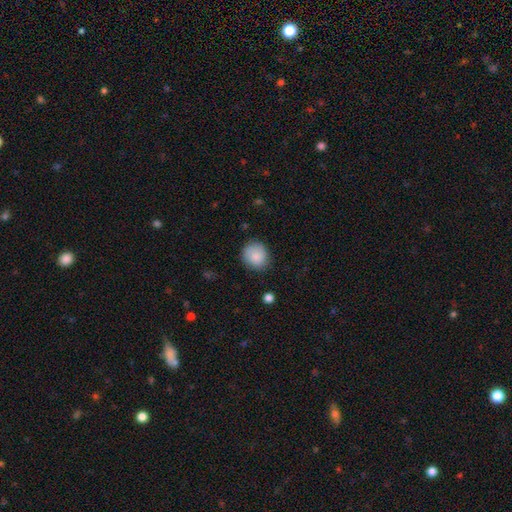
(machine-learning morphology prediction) smooth_or_featured: smooth (p=0.86) [alt: featured or disk p=0.07]
how_rounded: round (p=0.85) [alt: in between p=0.14]
merging: none (p=0.80) [alt: minor disturbance p=0.15]